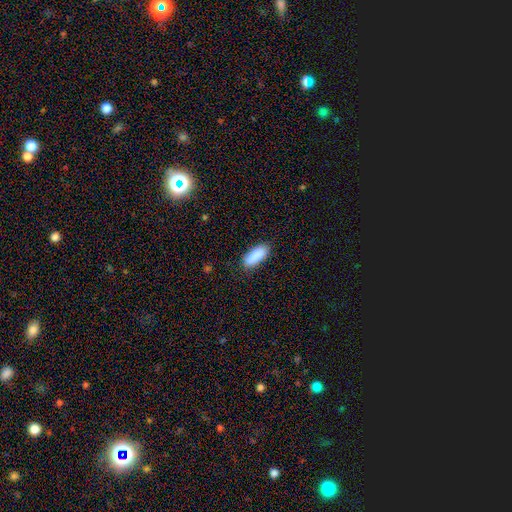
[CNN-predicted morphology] This is clearly a smooth galaxy (89%). How rounded: likely in between (72%). Merging: clearly none (84%).